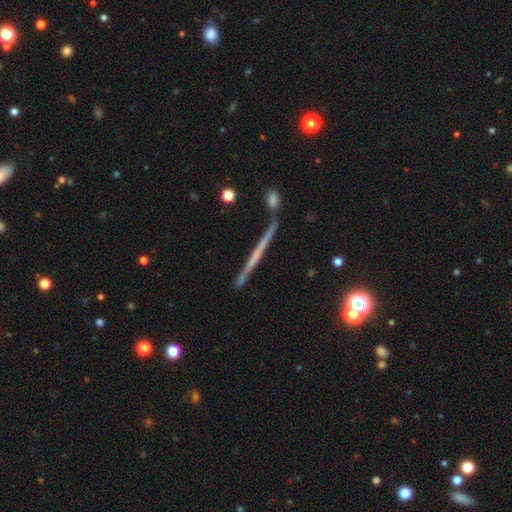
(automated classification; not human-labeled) Smooth or featured? Predicted: featured or disk (p=0.60). Edge-on disk? Predicted: yes (p=0.97). Edge-on bulge? Predicted: none (p=0.85). Merging? Predicted: none (p=0.82).